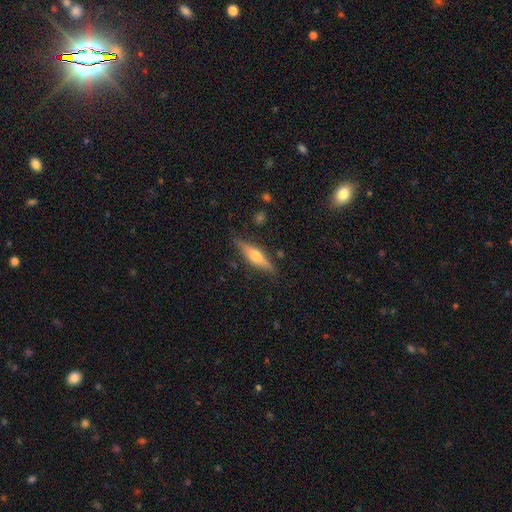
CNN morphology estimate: This appears to be a featured or disk galaxy (57%) viewed edge-on (94%) with a rounded central bulge (92%). Merging: none (85%).